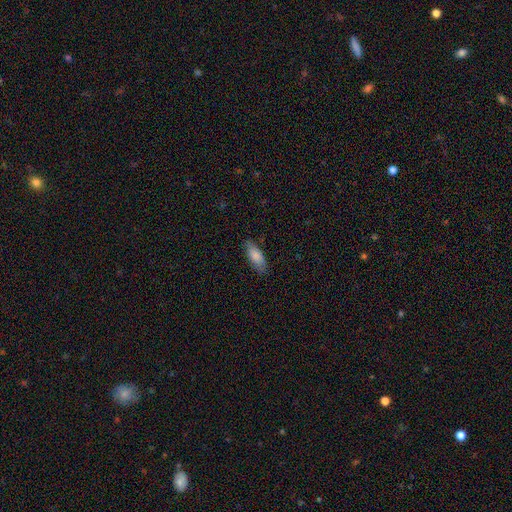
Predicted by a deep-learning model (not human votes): smooth_or_featured: smooth (p=0.83) [alt: featured or disk p=0.11]
how_rounded: in between (p=0.74) [alt: cigar-shaped p=0.25]
merging: none (p=0.81) [alt: minor disturbance p=0.15]